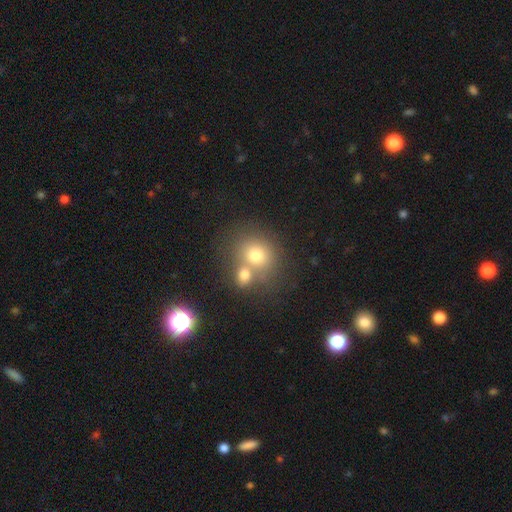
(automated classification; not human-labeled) Overall: smooth (72%). How rounded: round (76%). Merging: none (44%; merger 43%).